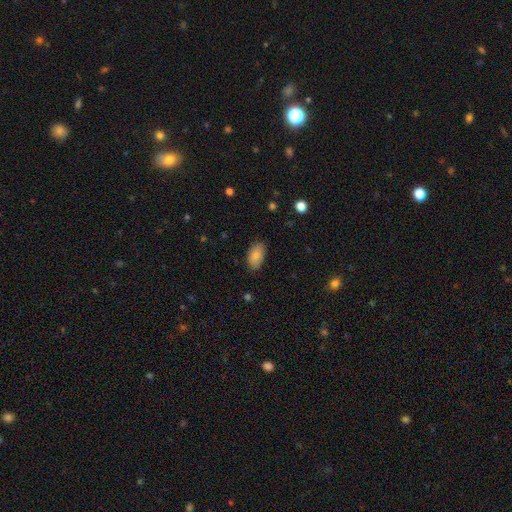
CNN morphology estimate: type=smooth (85%); roundness=in between (94%); merging=none (84%).